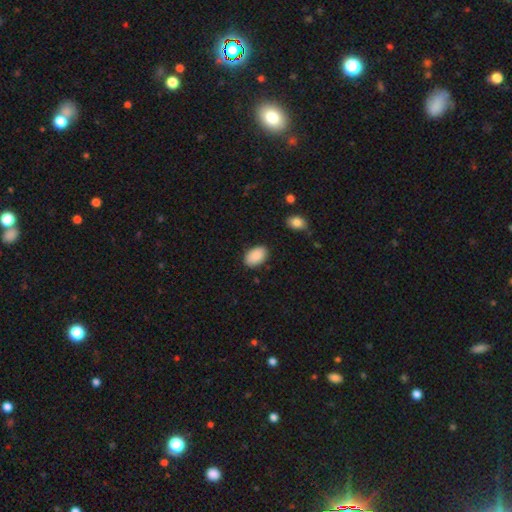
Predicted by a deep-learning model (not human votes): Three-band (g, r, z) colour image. It shows a smooth galaxy with no disk features (89%) that is in between round and cigar-shaped (91%). Merging: none (85%).